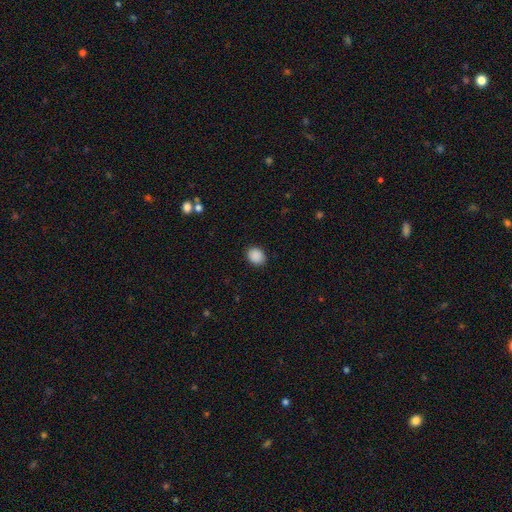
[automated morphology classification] Q: Smooth or featured?
A: smooth (90%); runner-up: star or artifact (8%)
Q: How rounded?
A: round (50%); runner-up: in between (49%)
Q: Merging?
A: none (89%); runner-up: minor disturbance (8%)